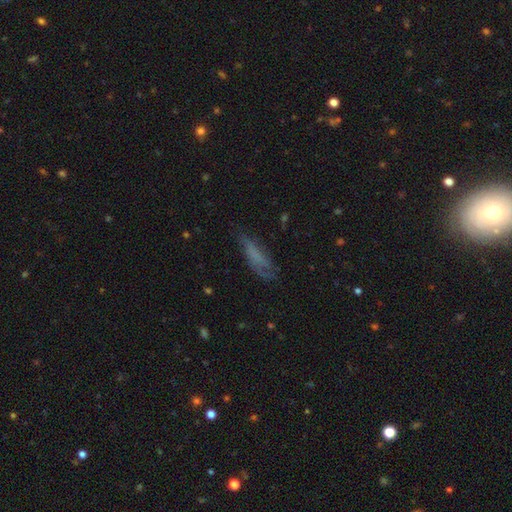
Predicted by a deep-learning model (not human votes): A smooth galaxy with no disk features (51%) that is cigar-shaped (55%). Merging: none (54%).